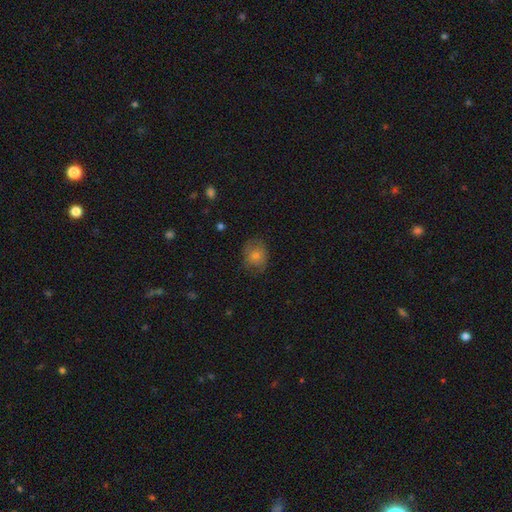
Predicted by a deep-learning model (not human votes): This is likely a smooth galaxy (70%). How rounded: likely round (64%). Merging: likely none (73%).